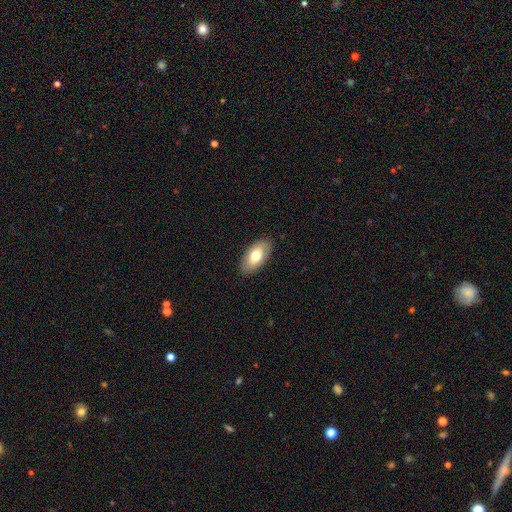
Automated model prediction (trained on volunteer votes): This appears to be a smooth galaxy with no disk features (72%) that is in between round and cigar-shaped (93%). Merging: none (88%).